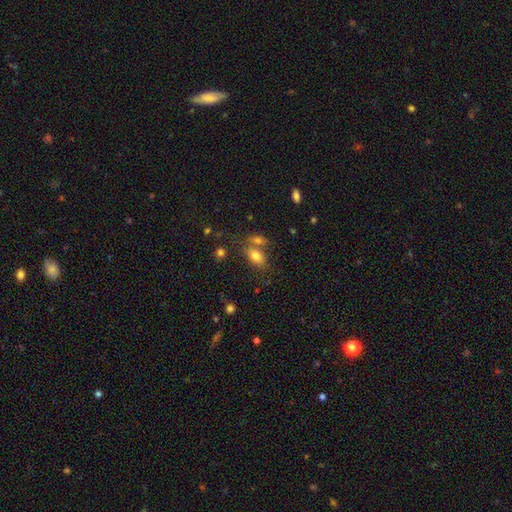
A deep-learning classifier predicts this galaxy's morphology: Smooth or featured: smooth — 78% (featured or disk — 12%)
How rounded: in between — 88% (round — 8%)
Merging: none — 50% (merger — 33%)